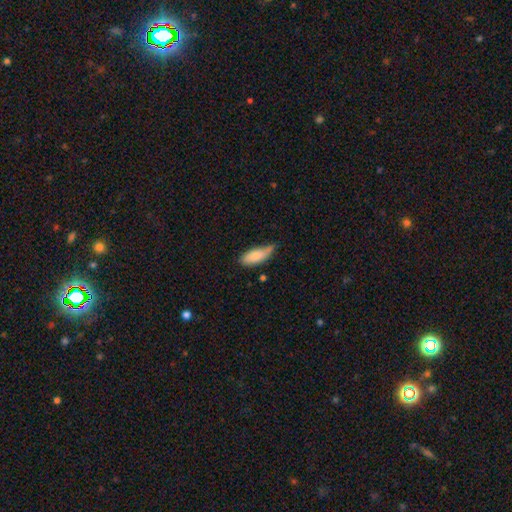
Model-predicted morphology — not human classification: smooth-or-featured: smooth: 81% | featured or disk: 12% | star or artifact: 6%
  how-rounded: in between: 76% | cigar-shaped: 22% | round: 2%
  merging: none: 43% | minor disturbance: 42% | major disturbance: 9% | merger: 5%